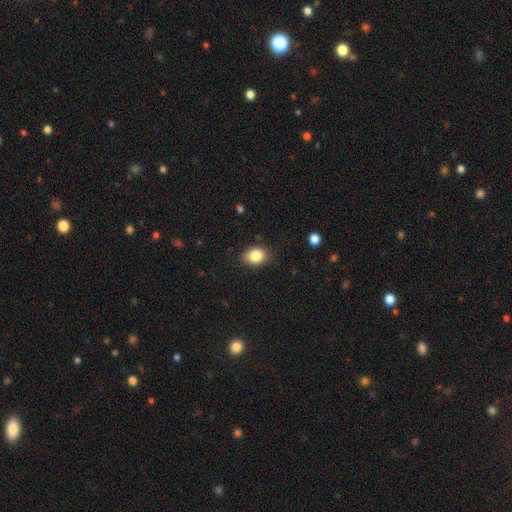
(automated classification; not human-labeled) smooth 85%, star or artifact 9%, featured or disk 6%. Down the decision tree: how rounded — in between (64%); merging — none (85%).